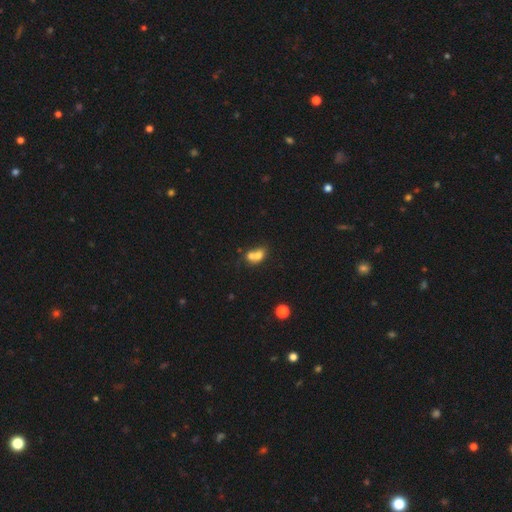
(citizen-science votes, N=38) Smooth or featured? smooth (58%)
How rounded? round (55%)
Merging? merger (67%)